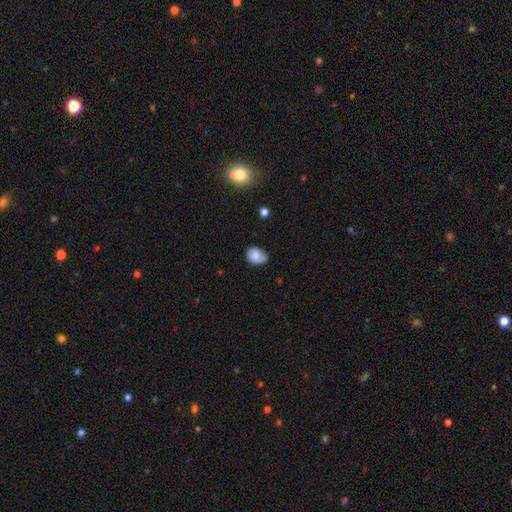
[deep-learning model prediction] Smooth or featured?
  - smooth: 79% *
  - featured or disk: 12%
  - star or artifact: 9%
How rounded?
  - in between: 69% *
  - round: 30%
  - cigar-shaped: 1%
Merging?
  - none: 66% *
  - minor disturbance: 27%
  - major disturbance: 5%
  - merger: 2%